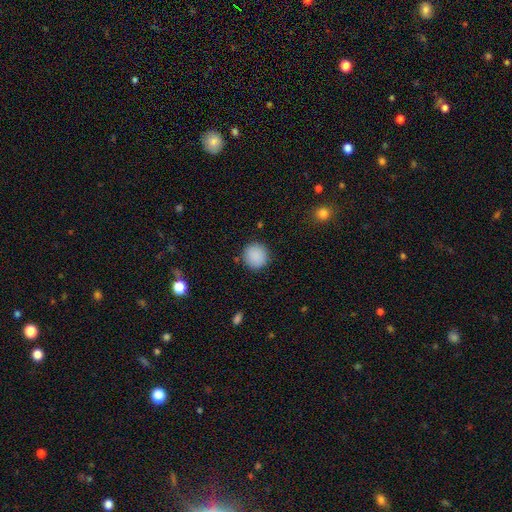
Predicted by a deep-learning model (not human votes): Smooth or featured? Predicted: smooth (p=0.89). How rounded? Predicted: round (p=0.94). Merging? Predicted: none (p=0.89).